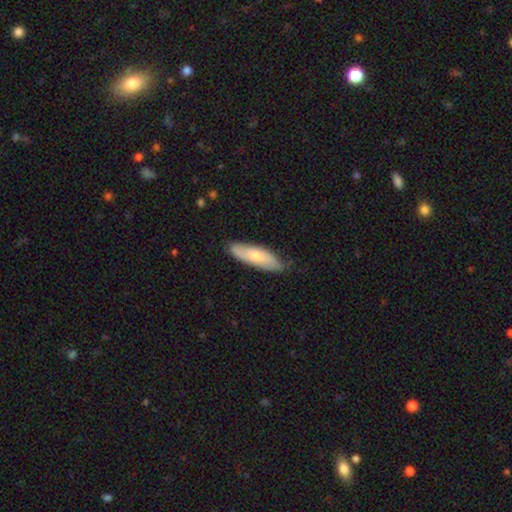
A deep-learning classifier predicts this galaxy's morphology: A smooth galaxy with no disk features (69%) that is cigar-shaped (50%).

Vote fractions:
- Smooth or featured? smooth: 69% / featured or disk: 26% / star or artifact: 5%
- How rounded? cigar-shaped: 50% / in between: 49% / round: 2%
- Merging? none: 77% / minor disturbance: 19% / major disturbance: 3% / merger: 1%